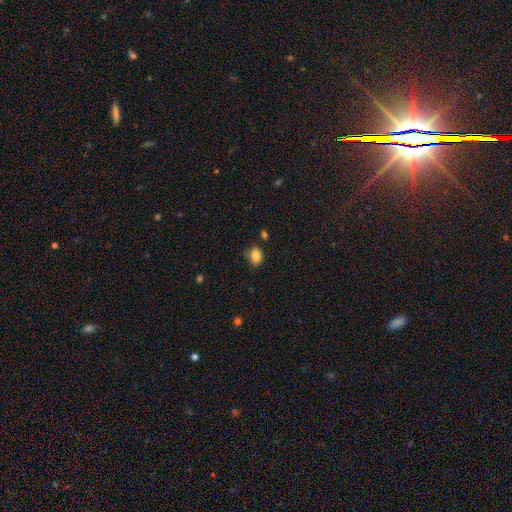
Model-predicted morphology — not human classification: Smooth or featured? smooth (84%)
How rounded? in between (68%)
Merging? none (71%)